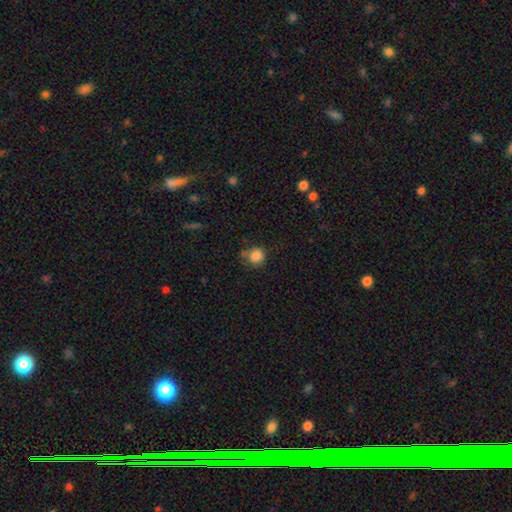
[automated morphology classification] A smooth galaxy with no disk features (85%) that is round (86%). Merging: none (58%).